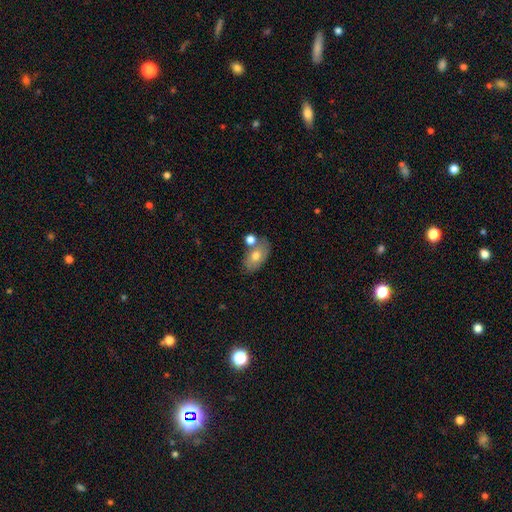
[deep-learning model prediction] smooth 68%, featured or disk 24%, star or artifact 8%. Down the decision tree: how rounded — in between (88%); merging — none (55%).